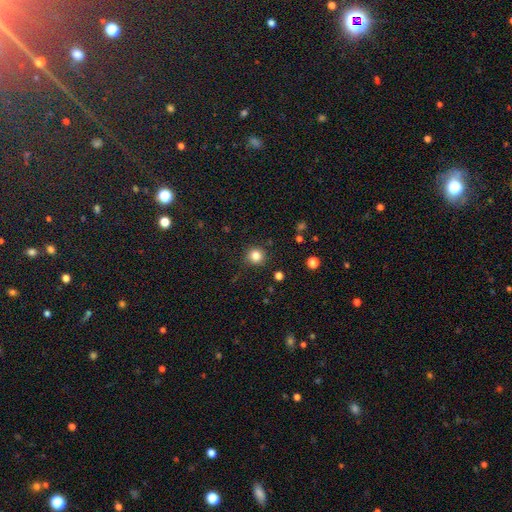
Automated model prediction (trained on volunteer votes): Smooth or featured: smooth — 83% (star or artifact — 12%)
How rounded: round — 94% (in between — 5%)
Merging: none — 89% (minor disturbance — 7%)